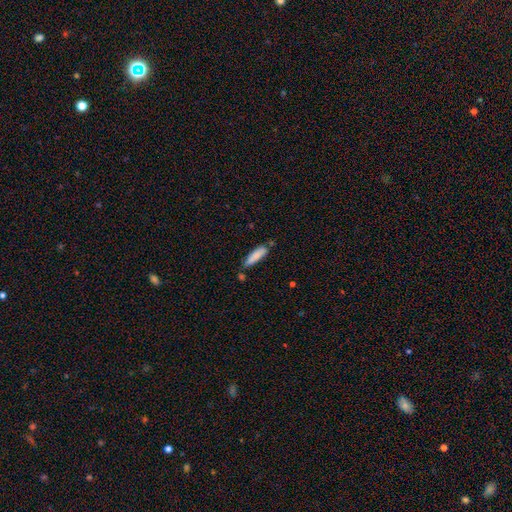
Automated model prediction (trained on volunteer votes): A smooth galaxy with no disk features (82%) that is cigar-shaped (67%).

Vote fractions:
- Smooth or featured? smooth: 82% / featured or disk: 12% / star or artifact: 7%
- How rounded? cigar-shaped: 67% / in between: 31% / round: 1%
- Merging? none: 66% / minor disturbance: 21% / merger: 9% / major disturbance: 4%